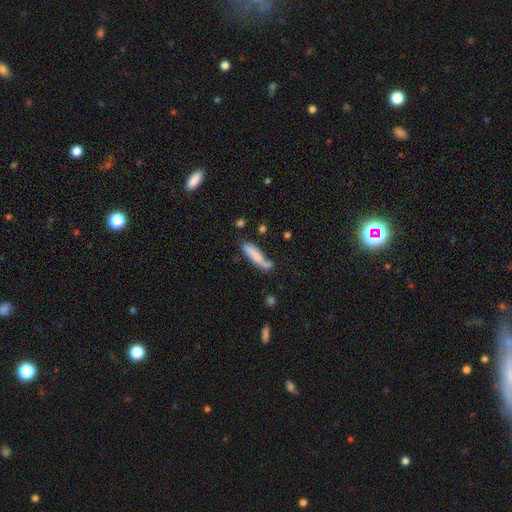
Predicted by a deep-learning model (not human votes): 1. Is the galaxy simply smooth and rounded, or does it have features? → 74% smooth, 20% featured or disk, 7% star or artifact.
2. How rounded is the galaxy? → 73% cigar-shaped, 25% in between, 2% round.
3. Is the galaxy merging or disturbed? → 53% none, 25% minor disturbance, 13% merger, 10% major disturbance.